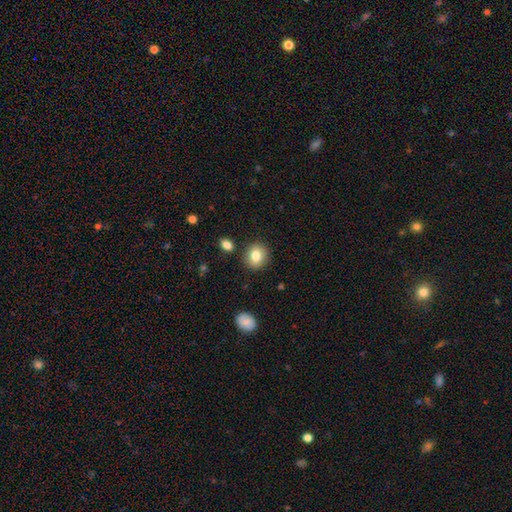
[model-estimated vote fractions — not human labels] A smooth galaxy with no disk features (81%) that is round (76%).

Vote fractions:
- Smooth or featured? smooth: 81% / featured or disk: 10% / star or artifact: 9%
- How rounded? round: 76% / in between: 23% / cigar-shaped: 1%
- Merging? none: 86% / minor disturbance: 8% / merger: 3% / major disturbance: 2%